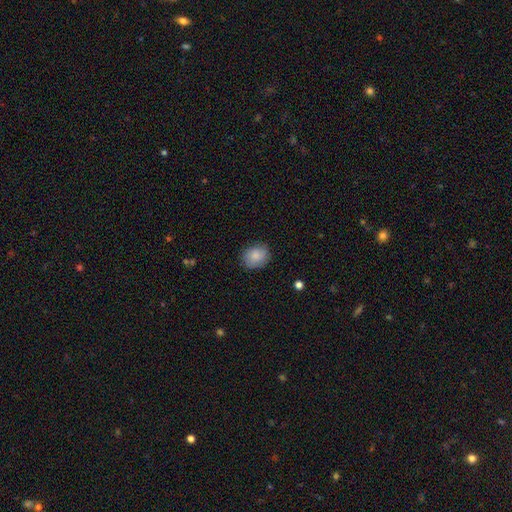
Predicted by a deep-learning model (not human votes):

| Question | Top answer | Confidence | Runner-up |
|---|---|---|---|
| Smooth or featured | smooth | 85% | featured or disk (8%) |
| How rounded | round | 50% | in between (49%) |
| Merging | none | 83% | minor disturbance (13%) |